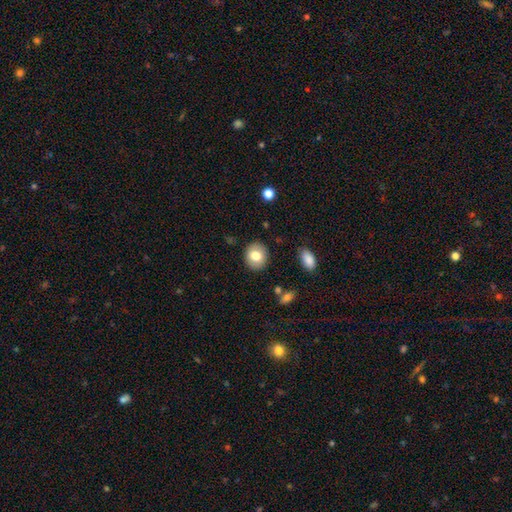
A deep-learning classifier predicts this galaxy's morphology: Overall: smooth (78%). How rounded: round (74%). Merging: none (89%).